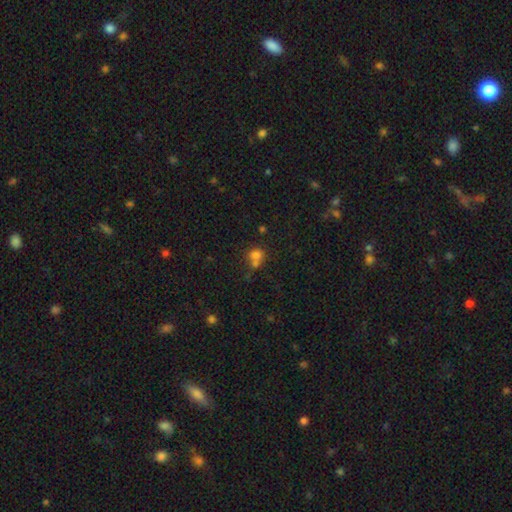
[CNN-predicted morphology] A smooth galaxy with no disk features (73%) that is round (70%).

Vote fractions:
- Smooth or featured? smooth: 73% / star or artifact: 15% / featured or disk: 12%
- How rounded? round: 70% / in between: 29% / cigar-shaped: 1%
- Merging? merger: 49% / none: 36% / minor disturbance: 10% / major disturbance: 5%